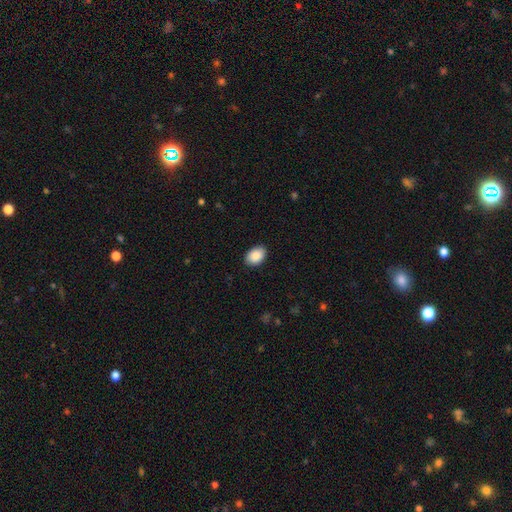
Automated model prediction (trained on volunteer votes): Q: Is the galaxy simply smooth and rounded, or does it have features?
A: smooth — 90%.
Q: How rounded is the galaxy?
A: in between — 85%.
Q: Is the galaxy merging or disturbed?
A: none — 87%.